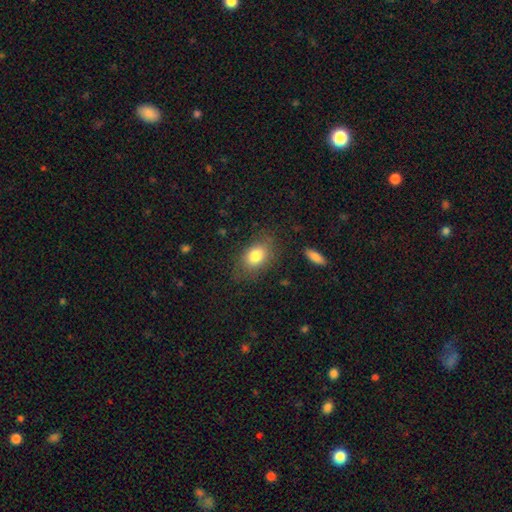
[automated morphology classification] This is clearly a smooth galaxy (80%). How rounded: likely in between (77%). Merging: likely none (74%).